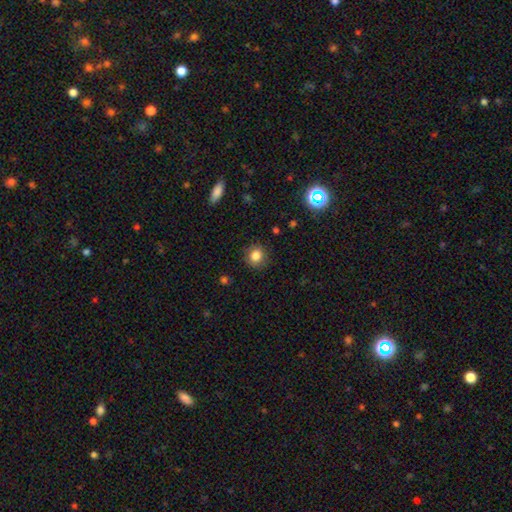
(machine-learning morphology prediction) smooth 83%, star or artifact 11%, featured or disk 6%. Down the decision tree: how rounded — round (85%); merging — none (87%).